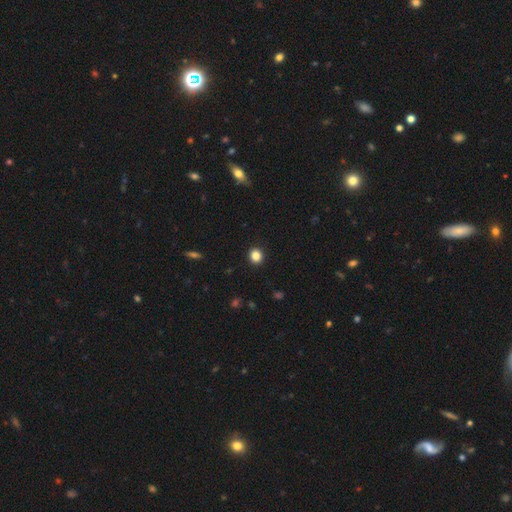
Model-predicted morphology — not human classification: Smooth or featured: smooth — 85% (star or artifact — 11%)
How rounded: round — 84% (in between — 15%)
Merging: none — 92% (minor disturbance — 5%)